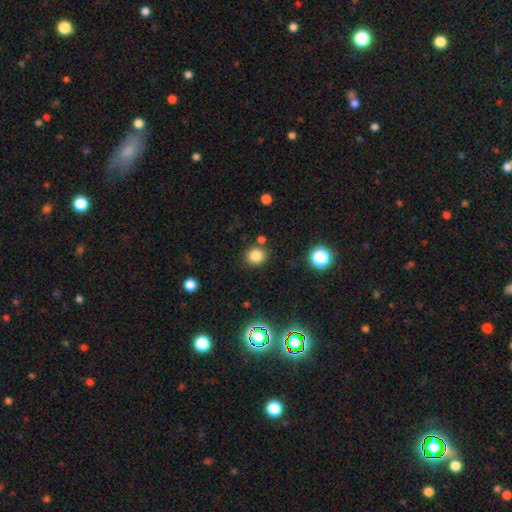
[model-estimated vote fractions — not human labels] A smooth galaxy with no disk features (82%) that is round (86%).

Vote fractions:
- Smooth or featured? smooth: 82% / star or artifact: 13% / featured or disk: 5%
- How rounded? round: 86% / in between: 13% / cigar-shaped: 1%
- Merging? none: 82% / minor disturbance: 9% / merger: 6% / major disturbance: 3%